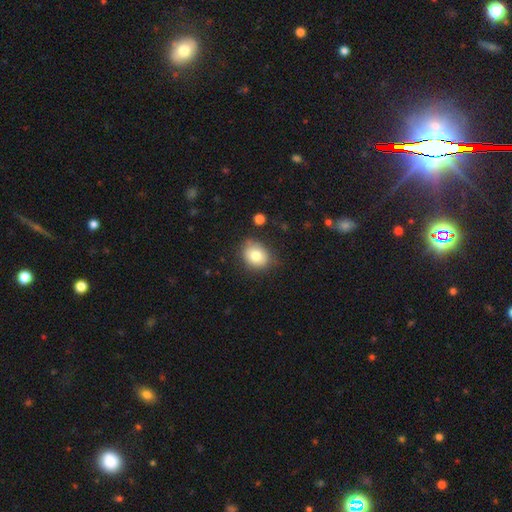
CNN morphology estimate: Smooth or featured: smooth — 78% (featured or disk — 13%)
How rounded: round — 54% (in between — 45%)
Merging: none — 73% (minor disturbance — 20%)